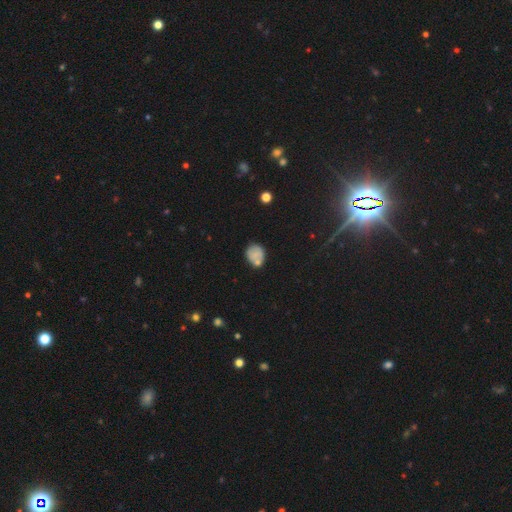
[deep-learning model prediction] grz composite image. It shows a smooth galaxy with no disk features (73%) that is round (60%). Merging: none (56%).